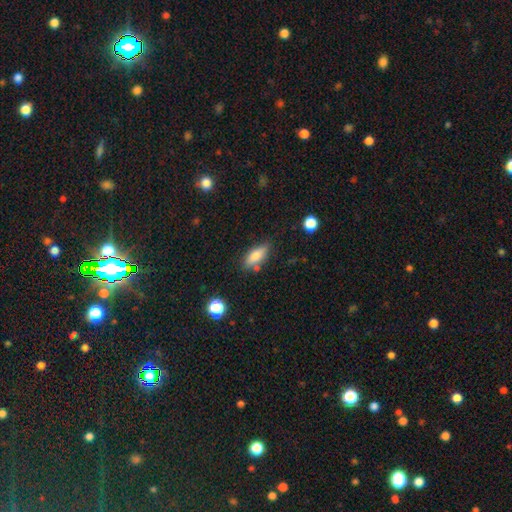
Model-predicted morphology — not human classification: smooth_or_featured: smooth (p=0.78) [alt: featured or disk p=0.13]
how_rounded: in between (p=0.73) [alt: cigar-shaped p=0.24]
merging: none (p=0.72) [alt: minor disturbance p=0.18]